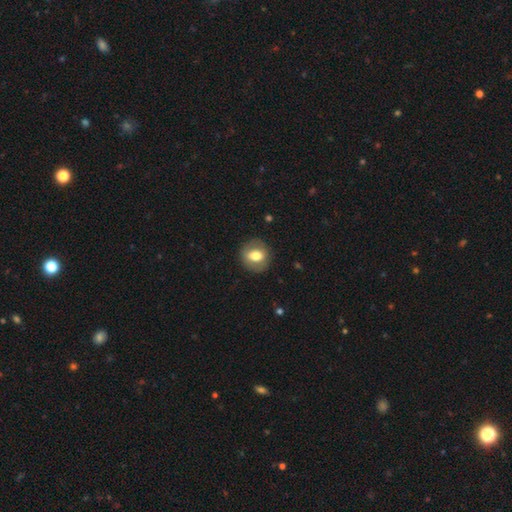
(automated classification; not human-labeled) Smooth or featured: smooth — 64% (featured or disk — 29%)
How rounded: round — 76% (in between — 22%)
Merging: none — 87% (minor disturbance — 9%)